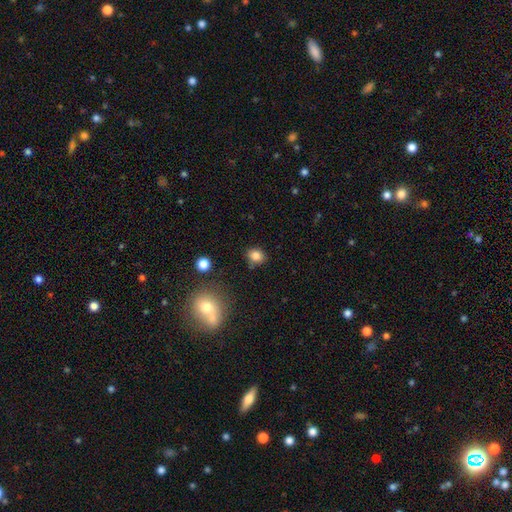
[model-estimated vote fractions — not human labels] A smooth galaxy with no disk features (82%) that is round (56%). Merging: none (79%).